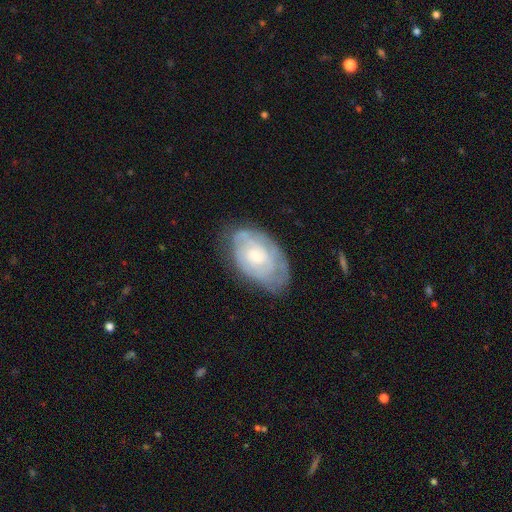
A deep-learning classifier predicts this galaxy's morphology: Smooth or featured: featured or disk — 68% (smooth — 26%)
Edge-on disk: no — 95% (yes — 5%)
Bar: no — 77% (weak — 20%)
Spiral arms: yes — 76% (no — 24%)
Bulge size: small — 45% (moderate — 42%)
Merging: none — 65% (minor disturbance — 25%)